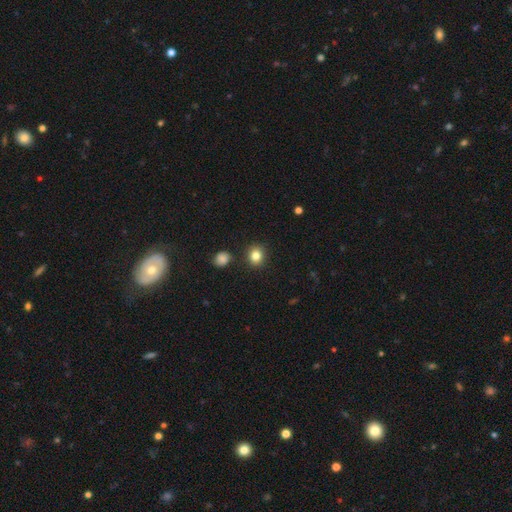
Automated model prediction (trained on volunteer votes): A smooth galaxy with no disk features (84%) that is round (81%). Merging: none (88%).